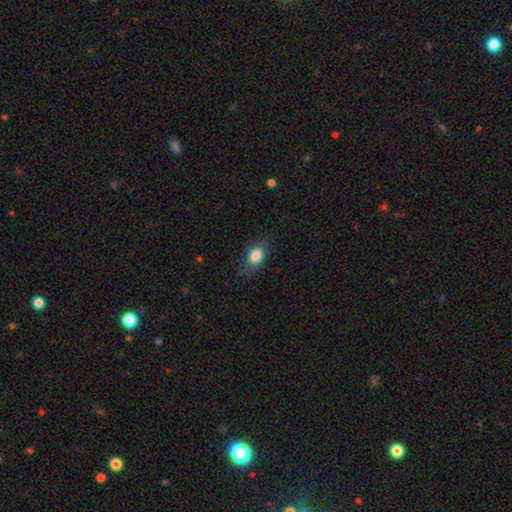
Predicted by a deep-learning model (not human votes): The model was most divided on "how rounded": in between: 72%, round: 24%, cigar-shaped: 4%. More confident: smooth or featured — smooth (81%); merging — none (72%).